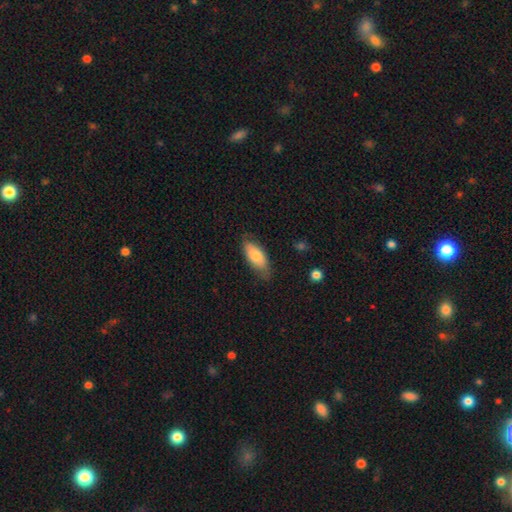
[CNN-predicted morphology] A smooth galaxy with no disk features (79%) that is in between round and cigar-shaped (85%). Merging: none (71%).